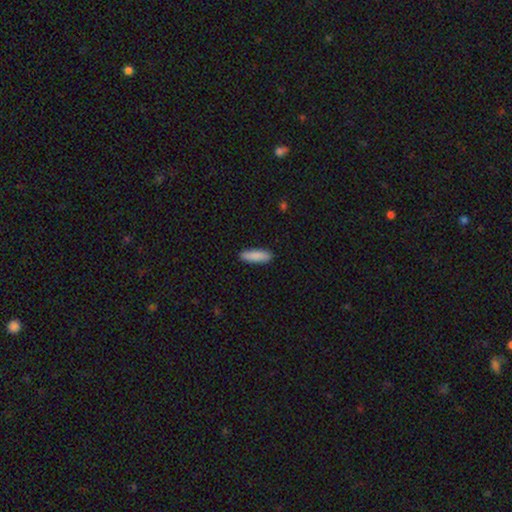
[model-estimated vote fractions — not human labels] smooth_or_featured: smooth (p=0.88) [alt: featured or disk p=0.06]
how_rounded: cigar-shaped (p=0.58) [alt: in between p=0.41]
merging: none (p=0.89) [alt: minor disturbance p=0.08]